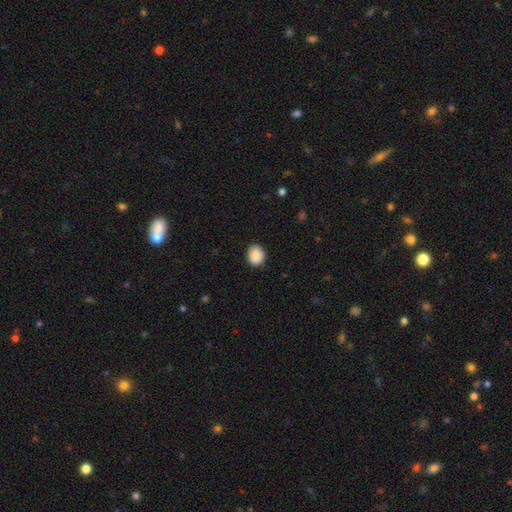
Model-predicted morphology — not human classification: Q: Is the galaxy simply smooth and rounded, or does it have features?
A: smooth — 89%.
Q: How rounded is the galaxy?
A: round — 67%.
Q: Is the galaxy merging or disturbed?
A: none — 89%.